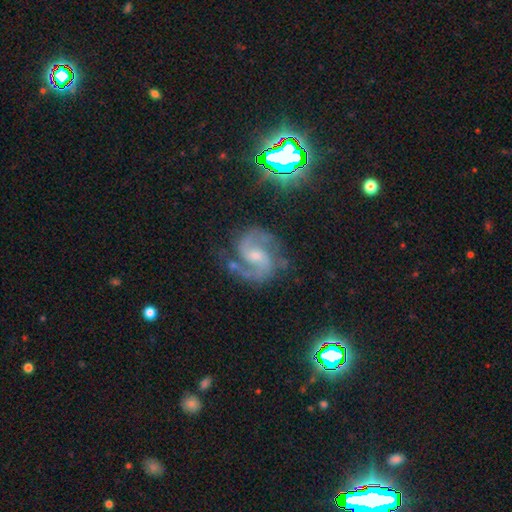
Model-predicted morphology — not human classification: The model was most divided on "bar": weak: 49%, no: 35%, strong: 16%. More confident: spiral arms — yes (98%); edge-on disk — no (98%); spiral arm count — 2 (93%); smooth or featured — featured or disk (88%); merging — none (77%); spiral winding — medium (64%); bulge size — small (53%).